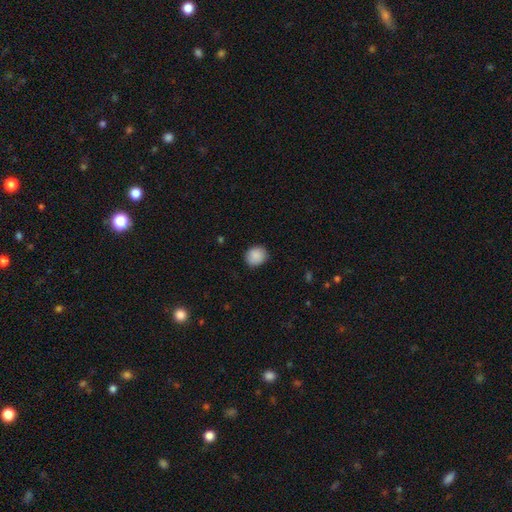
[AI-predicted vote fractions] smooth 88%, star or artifact 8%, featured or disk 4%. Down the decision tree: how rounded — round (73%); merging — none (85%).